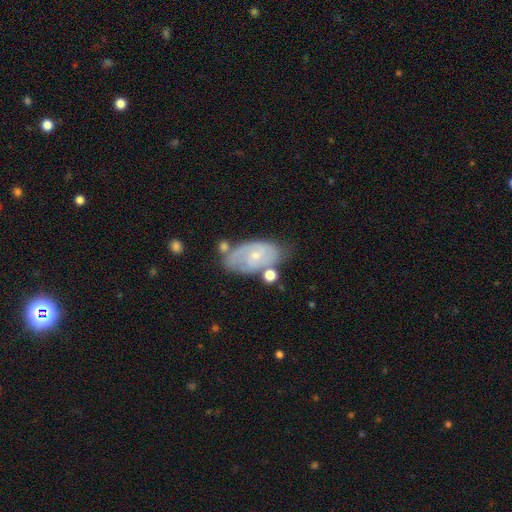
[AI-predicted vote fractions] Smooth or featured: featured or disk — 71% (smooth — 23%)
Edge-on disk: no — 95% (yes — 5%)
Bar: no — 62% (weak — 32%)
Spiral arms: yes — 83% (no — 17%)
Spiral winding: tight — 54% (medium — 34%)
Spiral arm count: 2 — 47% (can't tell — 35%)
Bulge size: small — 73% (moderate — 22%)
Merging: none — 54% (minor disturbance — 25%)